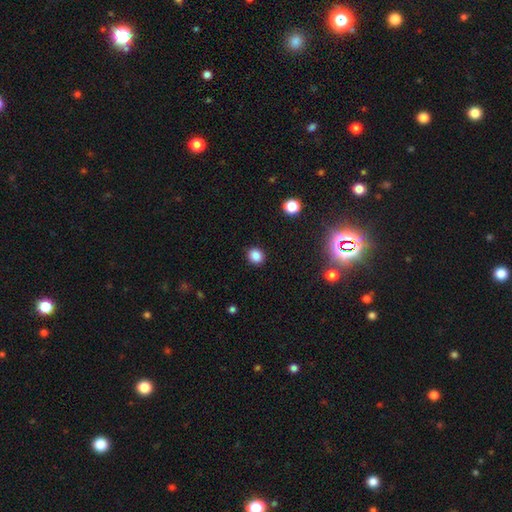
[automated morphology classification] A smooth galaxy with no disk features (86%) that is round (69%).

Vote fractions:
- Smooth or featured? smooth: 86% / star or artifact: 11% / featured or disk: 3%
- How rounded? round: 69% / in between: 30% / cigar-shaped: 1%
- Merging? none: 90% / minor disturbance: 7% / major disturbance: 2% / merger: 1%